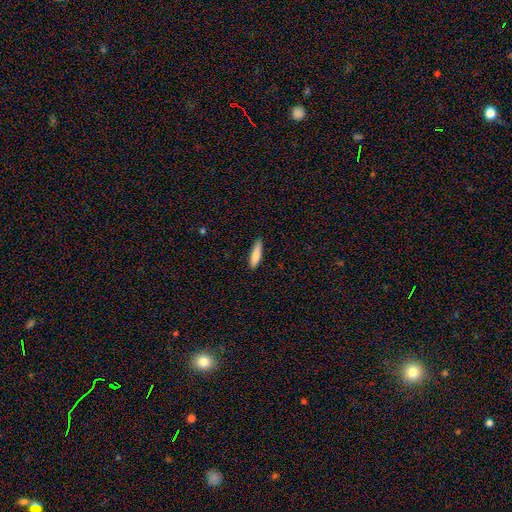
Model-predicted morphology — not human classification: type=smooth (81%); roundness=cigar-shaped (66%); merging=none (82%).